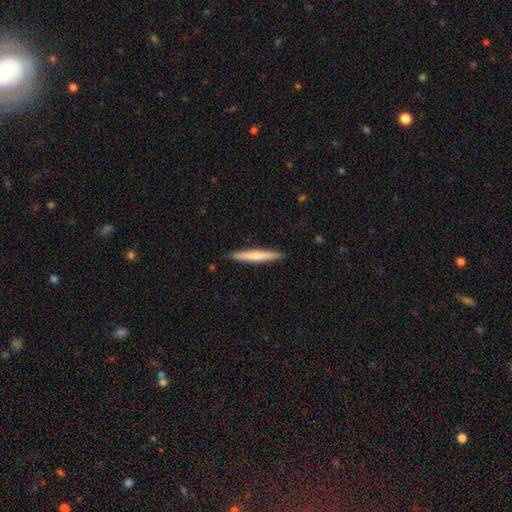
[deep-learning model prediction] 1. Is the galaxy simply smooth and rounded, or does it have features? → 62% smooth, 33% featured or disk, 5% star or artifact.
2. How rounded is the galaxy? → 95% cigar-shaped, 4% in between, 1% round.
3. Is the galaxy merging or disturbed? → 91% none, 7% minor disturbance, 1% major disturbance, 1% merger.